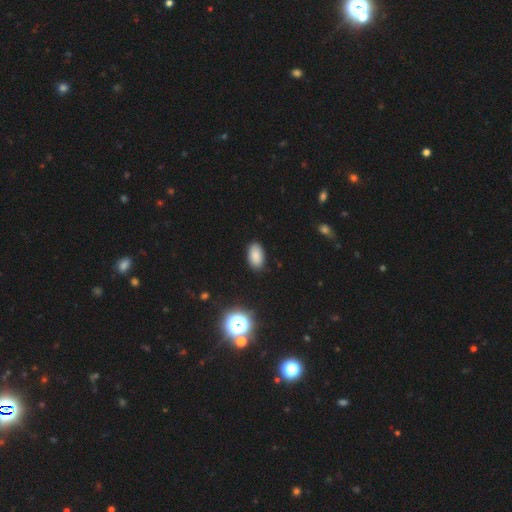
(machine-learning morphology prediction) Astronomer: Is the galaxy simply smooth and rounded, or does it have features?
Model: smooth — 85%.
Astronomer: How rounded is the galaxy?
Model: in between — 93%.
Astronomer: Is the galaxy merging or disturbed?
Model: none — 88%.